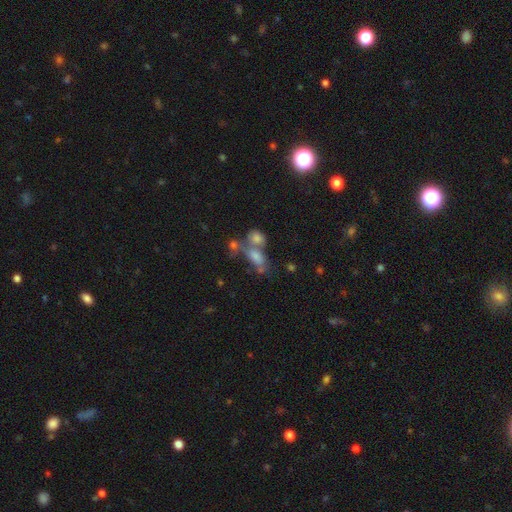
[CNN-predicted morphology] Smooth or featured? smooth (43%)
Merging? merger (46%)